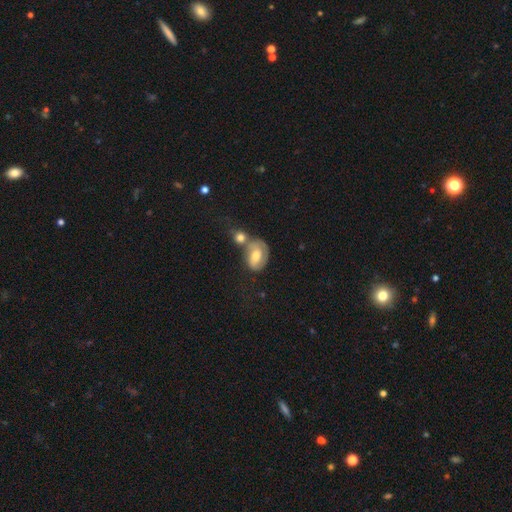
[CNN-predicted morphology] smooth-or-featured: featured or disk: 49% | smooth: 44% | star or artifact: 7%
  merging: merger: 47% | none: 28% | minor disturbance: 14% | major disturbance: 11%